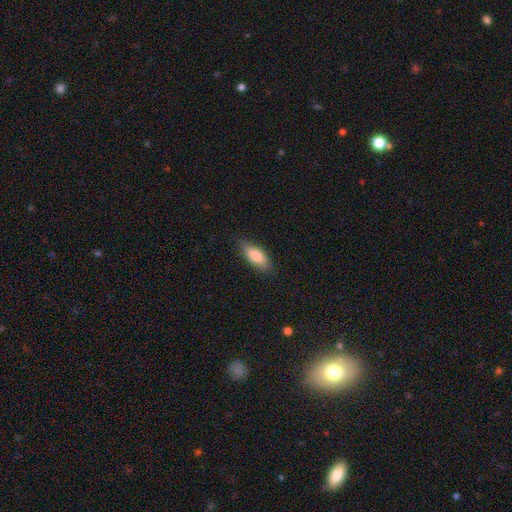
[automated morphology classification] Smooth or featured? smooth (83%)
How rounded? in between (79%)
Merging? none (81%)